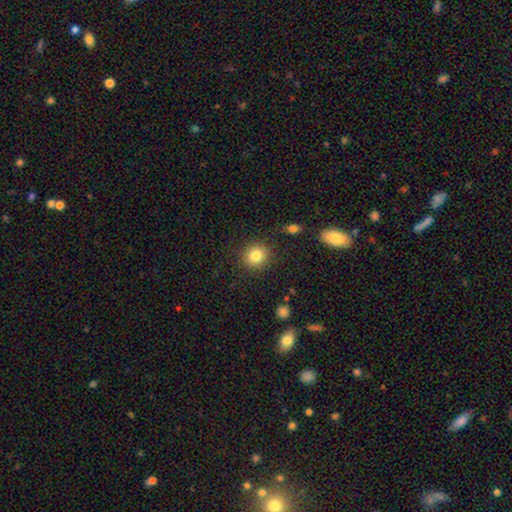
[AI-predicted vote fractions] The model was most divided on "how rounded": round: 83%, in between: 16%, cigar-shaped: 1%. More confident: merging — none (88%); smooth or featured — smooth (83%).